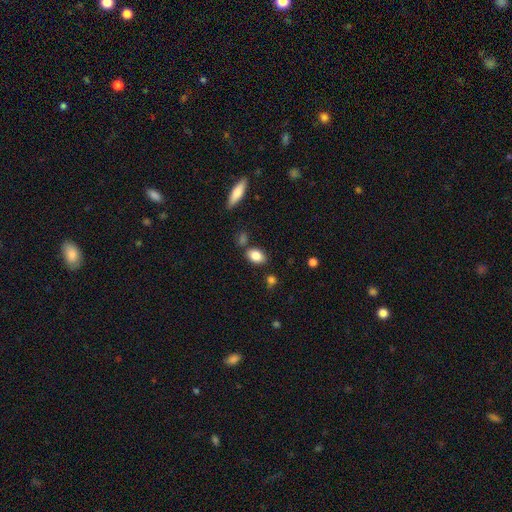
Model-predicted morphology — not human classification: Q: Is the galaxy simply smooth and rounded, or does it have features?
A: smooth — 84%.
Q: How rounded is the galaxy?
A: in between — 84%.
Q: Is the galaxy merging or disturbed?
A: none — 76%.